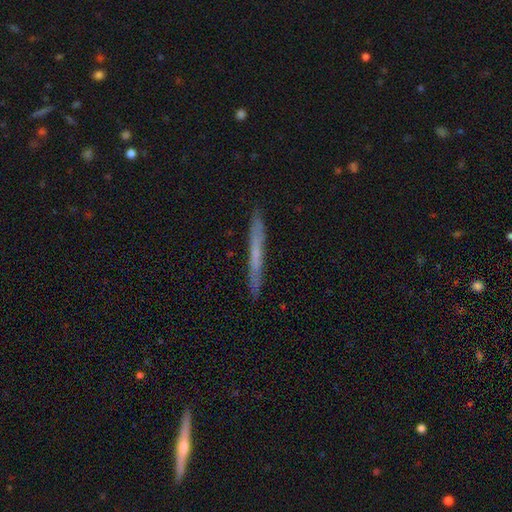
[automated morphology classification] This appears to be a smooth galaxy with no disk features (49%). Merging: none (90%).